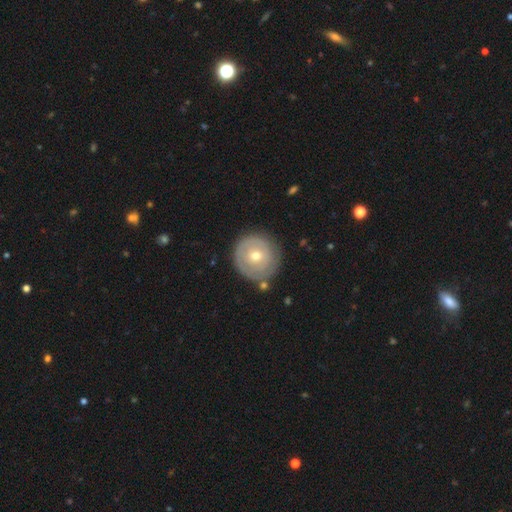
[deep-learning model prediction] A featured or disk galaxy (52%).

Vote fractions:
- Smooth or featured? featured or disk: 52% / smooth: 42% / star or artifact: 6%
- Edge-on disk? no: 96% / yes: 4%
- Merging? none: 79% / minor disturbance: 13% / major disturbance: 4% / merger: 4%